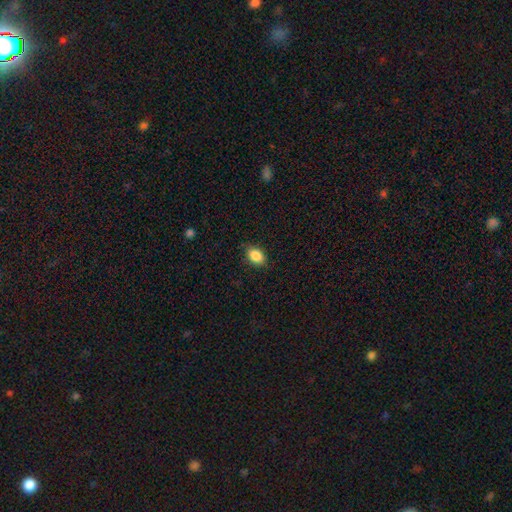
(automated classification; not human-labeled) smooth_or_featured: smooth (p=0.86) [alt: star or artifact p=0.08]
how_rounded: in between (p=0.81) [alt: round p=0.17]
merging: none (p=0.85) [alt: minor disturbance p=0.12]